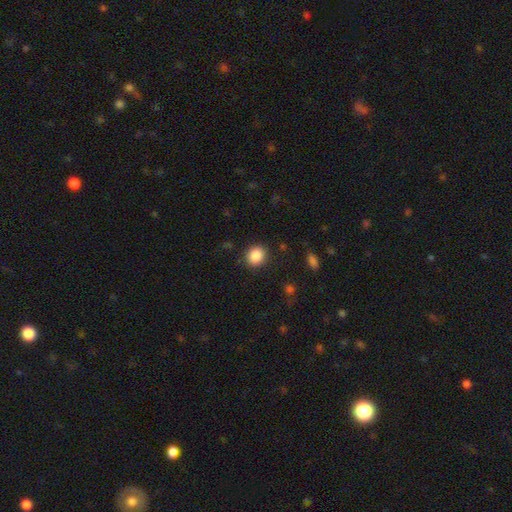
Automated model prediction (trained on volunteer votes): smooth 87%, star or artifact 9%, featured or disk 4%. Down the decision tree: how rounded — round (74%); merging — none (88%).